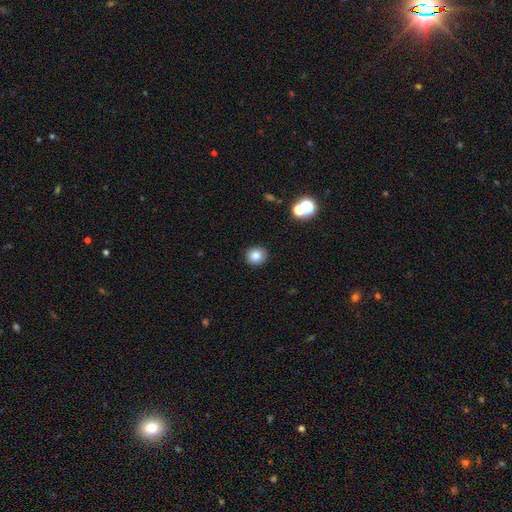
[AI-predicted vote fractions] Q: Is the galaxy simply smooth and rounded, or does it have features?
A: smooth — 82%.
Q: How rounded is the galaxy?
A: round — 86%.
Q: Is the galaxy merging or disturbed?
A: none — 91%.